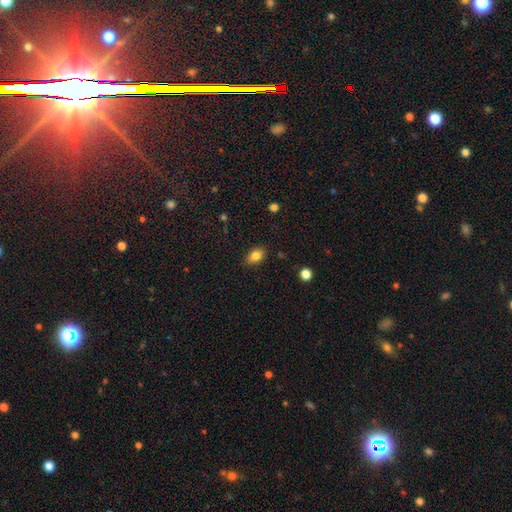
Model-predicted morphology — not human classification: A smooth galaxy with no disk features (83%) that is in between round and cigar-shaped (81%).

Vote fractions:
- Smooth or featured? smooth: 83% / star or artifact: 10% / featured or disk: 7%
- How rounded? in between: 81% / round: 17% / cigar-shaped: 2%
- Merging? none: 83% / minor disturbance: 13% / major disturbance: 3% / merger: 1%